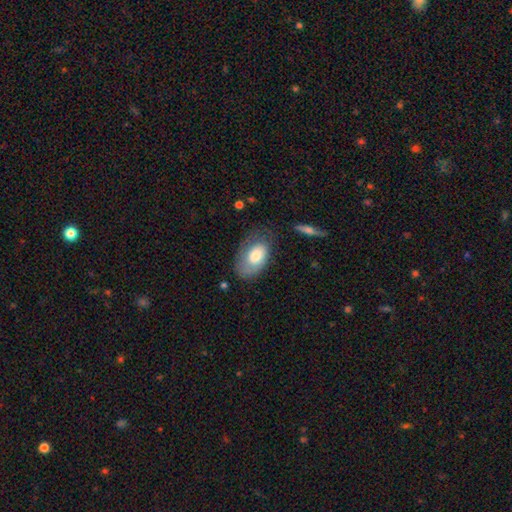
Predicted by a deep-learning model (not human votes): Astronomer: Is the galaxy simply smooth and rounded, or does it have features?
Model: smooth — 68%.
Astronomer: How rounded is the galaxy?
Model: in between — 92%.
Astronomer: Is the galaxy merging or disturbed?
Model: none — 55%.